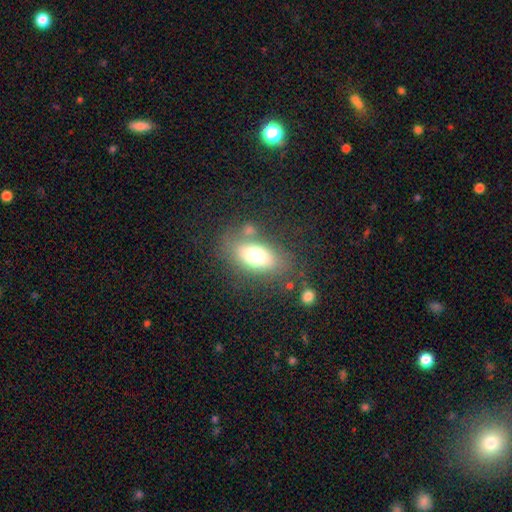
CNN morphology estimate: smooth 69%, featured or disk 22%, star or artifact 10%. Down the decision tree: how rounded — in between (84%); merging — none (68%).